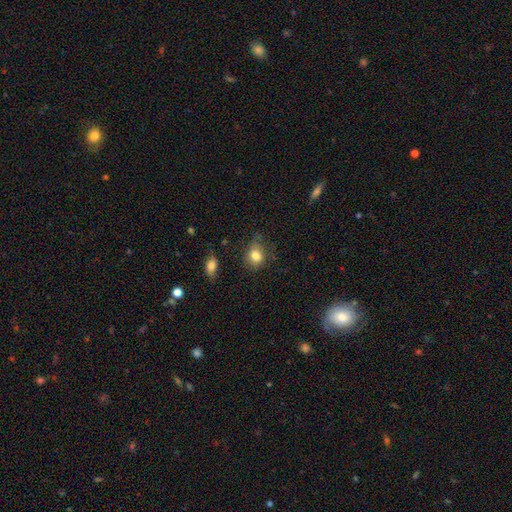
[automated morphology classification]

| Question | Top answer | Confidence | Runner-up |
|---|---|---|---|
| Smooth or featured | smooth | 81% | featured or disk (10%) |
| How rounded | in between | 51% | round (48%) |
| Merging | none | 56% | minor disturbance (31%) |